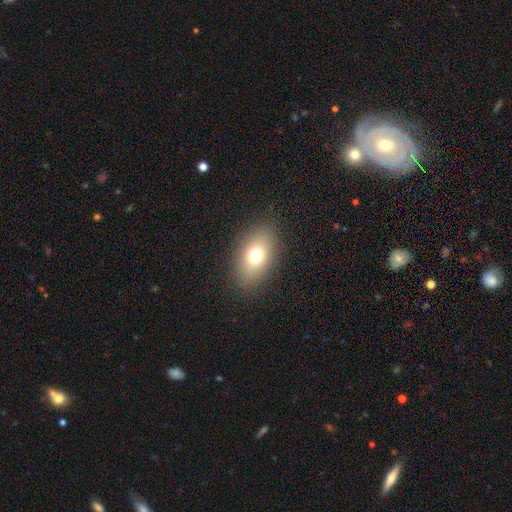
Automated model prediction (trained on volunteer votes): A smooth galaxy with no disk features (72%) that is in between round and cigar-shaped (85%). Merging: none (86%).